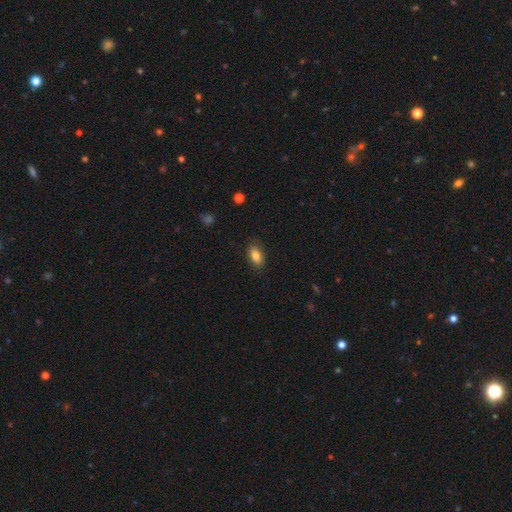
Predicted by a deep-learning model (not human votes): smooth 83%, featured or disk 10%, star or artifact 8%. Down the decision tree: how rounded — in between (89%); merging — none (85%).